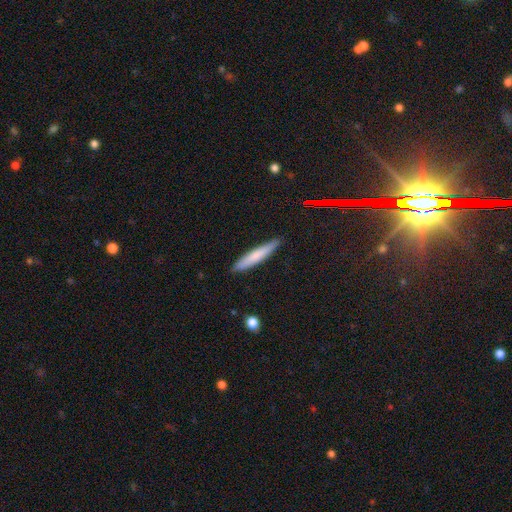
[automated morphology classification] Smooth or featured: smooth — 71% (featured or disk — 23%)
How rounded: cigar-shaped — 92% (in between — 6%)
Merging: none — 89% (minor disturbance — 9%)